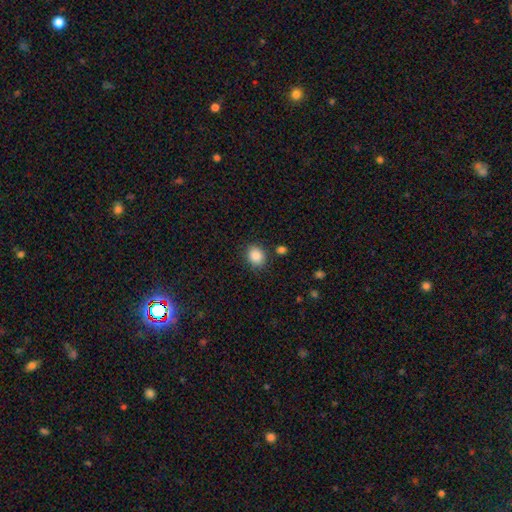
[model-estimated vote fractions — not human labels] This is clearly a smooth galaxy (87%). How rounded: possibly round (59%). Merging: clearly none (82%).